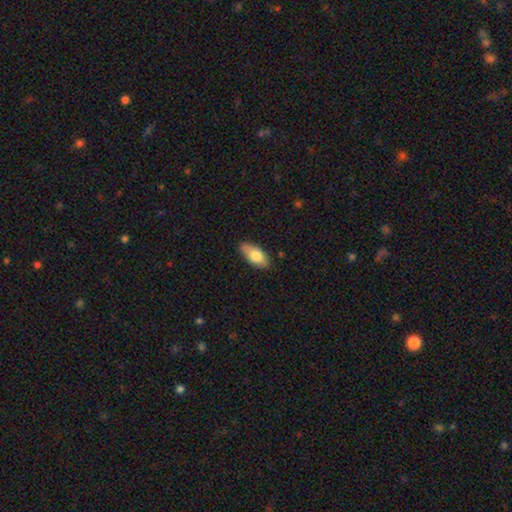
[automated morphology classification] Smooth or featured?
  - smooth: 75% *
  - featured or disk: 19%
  - star or artifact: 6%
How rounded?
  - in between: 89% *
  - cigar-shaped: 8%
  - round: 3%
Merging?
  - none: 85% *
  - minor disturbance: 12%
  - major disturbance: 2%
  - merger: 1%